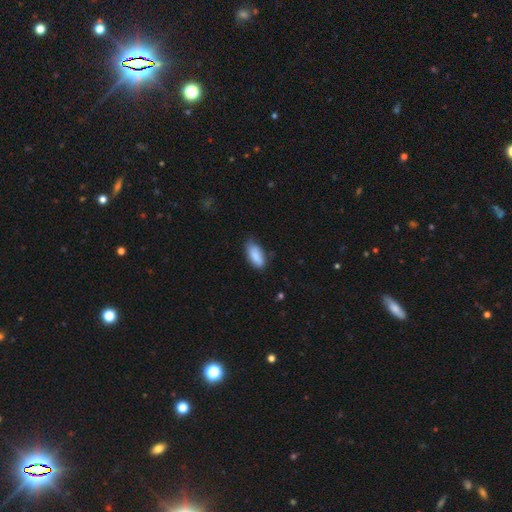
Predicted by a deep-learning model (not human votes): Overall: smooth (87%). How rounded: in between (86%). Merging: none (70%).